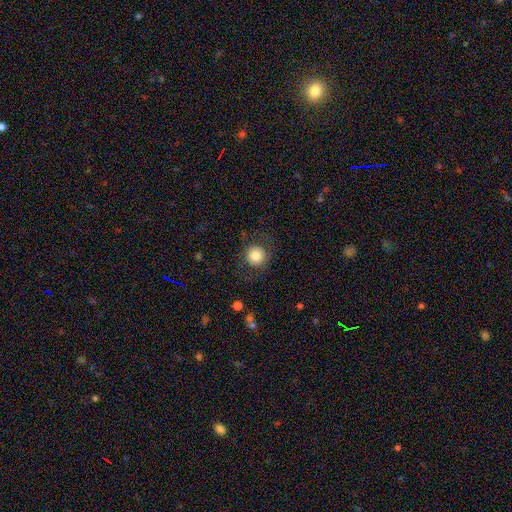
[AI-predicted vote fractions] Overall: smooth (77%). How rounded: round (93%). Merging: none (79%).